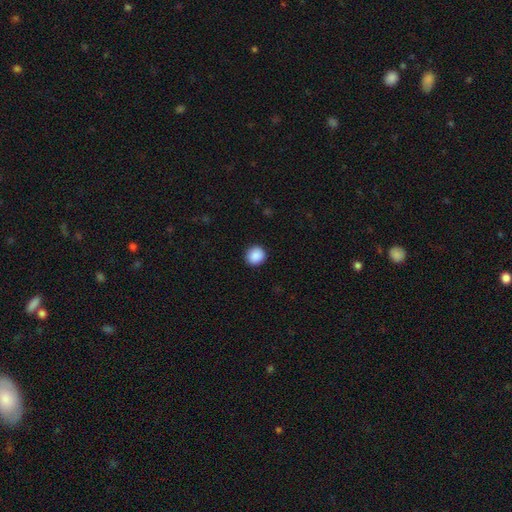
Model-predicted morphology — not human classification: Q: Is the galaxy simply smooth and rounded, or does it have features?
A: smooth — 89%.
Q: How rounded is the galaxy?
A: round — 90%.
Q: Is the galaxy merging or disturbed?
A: none — 92%.